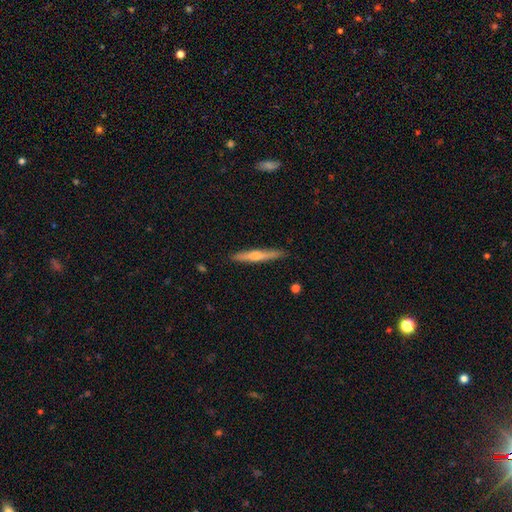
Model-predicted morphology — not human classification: smooth_or_featured: featured or disk (p=0.53) [alt: smooth p=0.41]
disk_edge_on: yes (p=0.96) [alt: no p=0.04]
edge_on_bulge: rounded (p=0.83) [alt: none p=0.14]
merging: none (p=0.89) [alt: minor disturbance p=0.08]